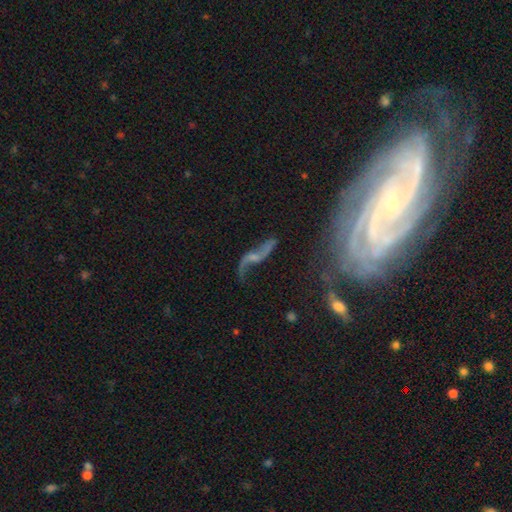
Smooth or featured?
  - featured or disk: 85% *
  - smooth: 15%
  - star or artifact: 0%
Edge-on disk?
  - no: 97% *
  - yes: 3%
Bar?
  - weak: 47% *
  - no: 41%
  - strong: 12%
Spiral arms?
  - yes: 97% *
  - no: 3%
Spiral winding?
  - loose: 90% *
  - tight: 10%
  - medium: 0%
Spiral arm count?
  - 2: 77% *
  - 1: 13%
  - 4: 3%
  - more than 4: 3%
  - can't tell: 3%
  - 3: 0%
Bulge size?
  - small: 53% *
  - moderate: 22%
  - none: 16%
  - large: 6%
  - dominant: 3%
Merging?
  - none: 64% *
  - minor disturbance: 15%
  - major disturbance: 13%
  - merger: 8%